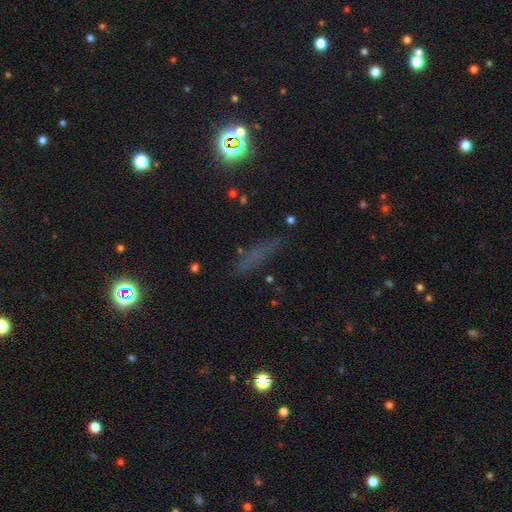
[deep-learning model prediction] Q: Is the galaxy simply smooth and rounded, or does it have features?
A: smooth — 44%.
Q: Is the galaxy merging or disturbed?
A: none — 75%.